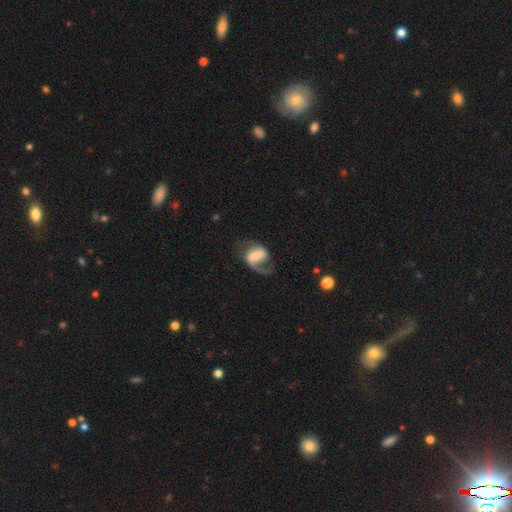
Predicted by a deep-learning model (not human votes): Overall: featured or disk (77%). Edge-on disk: no (97%). Bar: strong (40%; weak 39%). Spiral arms: yes (92%). Spiral arm count: 2 (70%). Spiral winding: loose (47%; medium 41%). Bulge size: none (26%, tied with large). Merging: none (53%; major disturbance 26%).